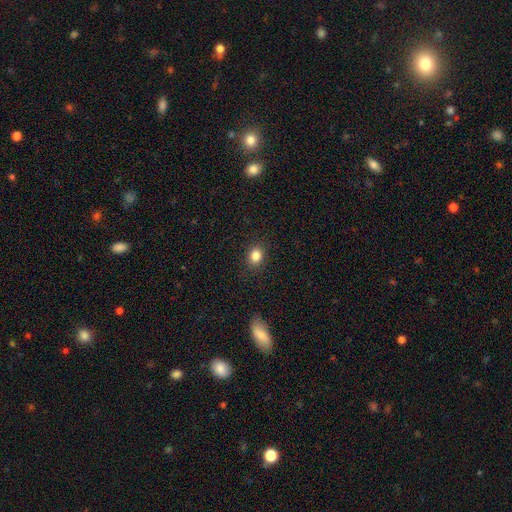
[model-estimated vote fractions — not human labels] Smooth or featured? smooth (83%)
How rounded? round (60%)
Merging? none (88%)